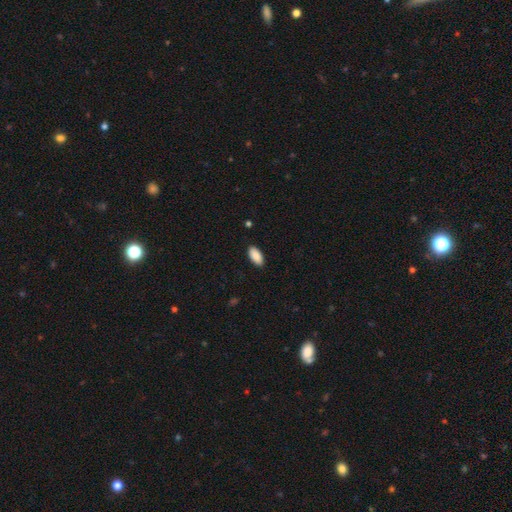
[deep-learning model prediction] A smooth galaxy with no disk features (90%) that is in between round and cigar-shaped (93%). Merging: none (89%).